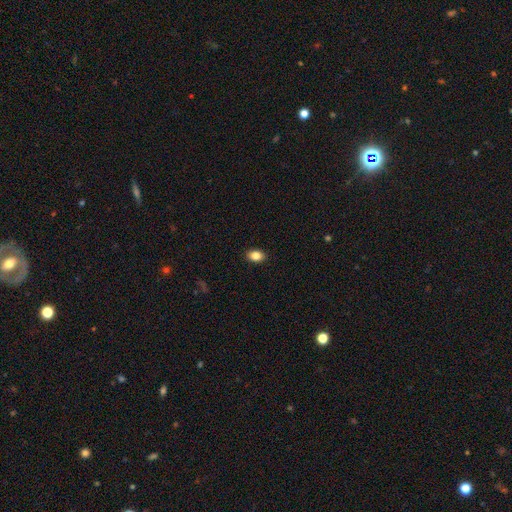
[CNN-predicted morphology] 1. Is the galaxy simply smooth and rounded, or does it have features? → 86% smooth, 9% star or artifact, 5% featured or disk.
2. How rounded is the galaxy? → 80% in between, 19% round, 1% cigar-shaped.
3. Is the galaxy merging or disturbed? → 90% none, 7% minor disturbance, 2% major disturbance, 1% merger.